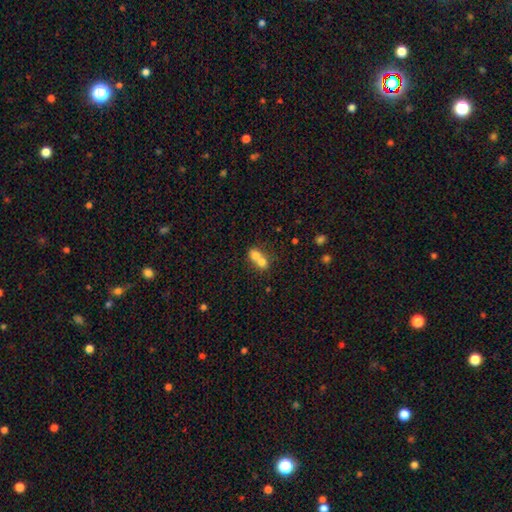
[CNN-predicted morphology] A smooth galaxy with no disk features (71%) that is round (64%).

Vote fractions:
- Smooth or featured? smooth: 71% / featured or disk: 19% / star or artifact: 11%
- How rounded? round: 64% / in between: 34% / cigar-shaped: 1%
- Merging? merger: 73% / none: 20% / minor disturbance: 4% / major disturbance: 2%